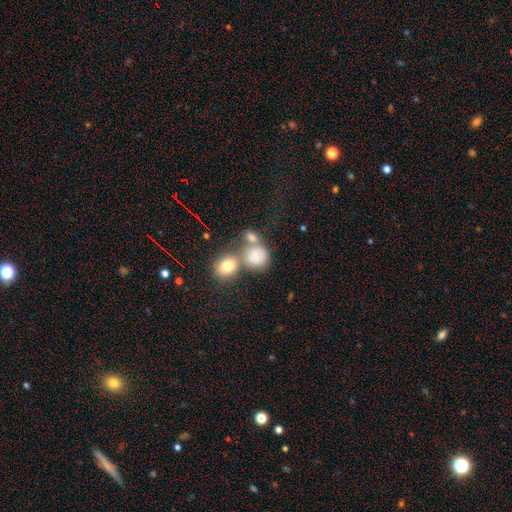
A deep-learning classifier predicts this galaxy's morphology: This is likely a smooth galaxy (69%). How rounded: likely round (75%). Merging: marginally none (40%).